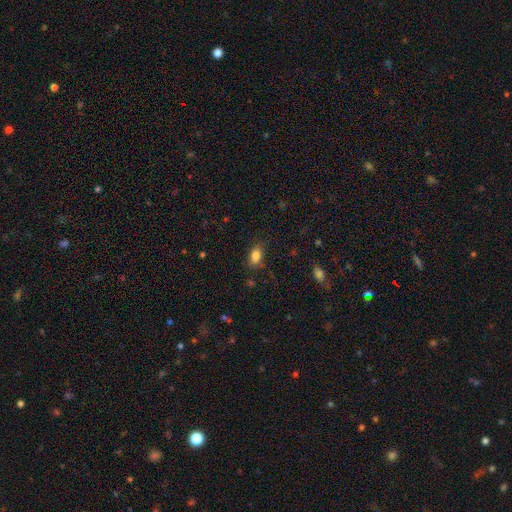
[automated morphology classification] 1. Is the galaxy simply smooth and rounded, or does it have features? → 84% smooth, 10% star or artifact, 7% featured or disk.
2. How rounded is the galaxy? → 86% in between, 11% round, 3% cigar-shaped.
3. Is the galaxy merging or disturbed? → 78% none, 16% minor disturbance, 4% major disturbance, 2% merger.